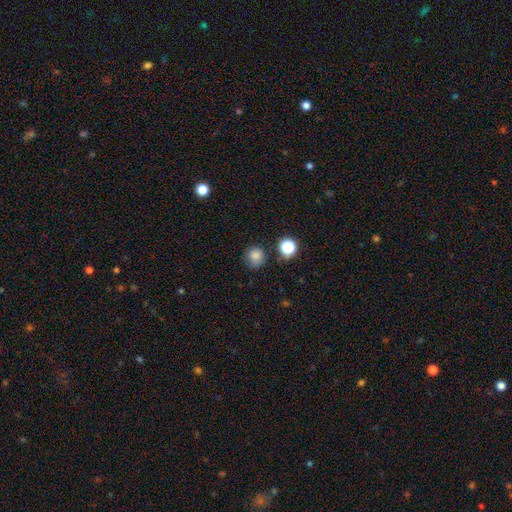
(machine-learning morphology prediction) Smooth or featured? Predicted: smooth (p=0.82). How rounded? Predicted: round (p=0.90). Merging? Predicted: none (p=0.78).